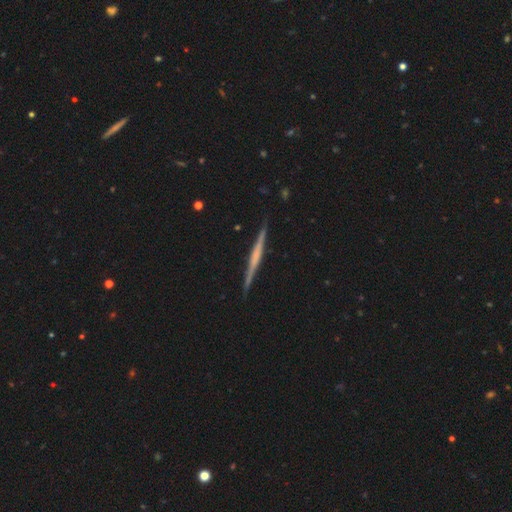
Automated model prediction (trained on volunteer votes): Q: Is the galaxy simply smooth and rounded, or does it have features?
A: featured or disk — 69%.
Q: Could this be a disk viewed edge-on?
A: yes — 98%.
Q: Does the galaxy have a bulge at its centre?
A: none — 60%.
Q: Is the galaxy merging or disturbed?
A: none — 90%.